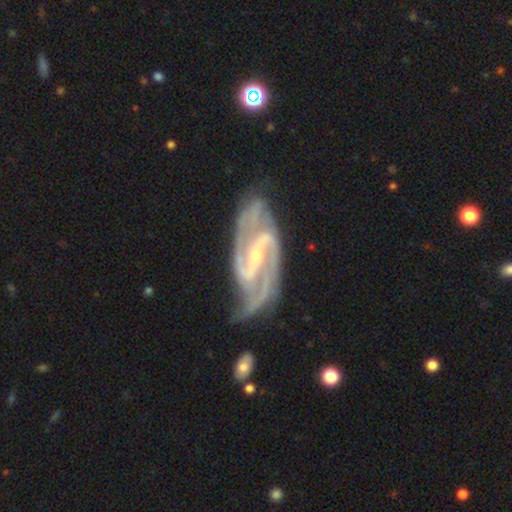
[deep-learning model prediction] smooth-or-featured: featured or disk: 94% | star or artifact: 4% | smooth: 3%
  disk-edge-on: no: 96% | yes: 4%
    bar: strong: 57% | weak: 31% | no: 11%
    has-spiral-arms: yes: 98% | no: 2%
      spiral-winding: medium: 55% | tight: 33% | loose: 13%
      spiral-arm-count: 2: 82% | 3: 8% | can't tell: 3% | 4: 2% | 1: 2% | more than 4: 2%
    bulge-size: small: 74% | moderate: 21% | none: 3% | large: 1% | dominant: 1%
  merging: none: 72% | minor disturbance: 19% | major disturbance: 6% | merger: 3%